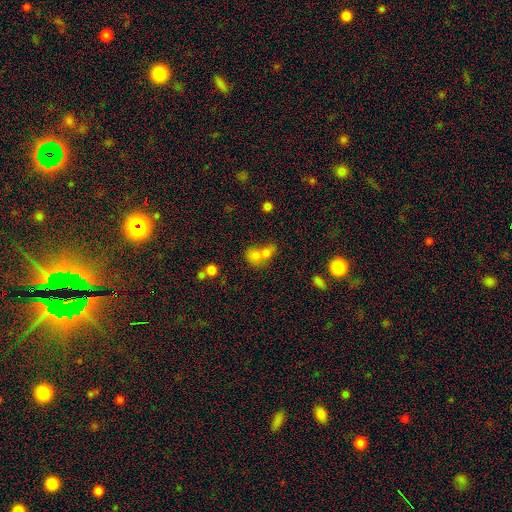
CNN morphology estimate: Smooth or featured? smooth (72%)
How rounded? round (52%)
Merging? merger (64%)